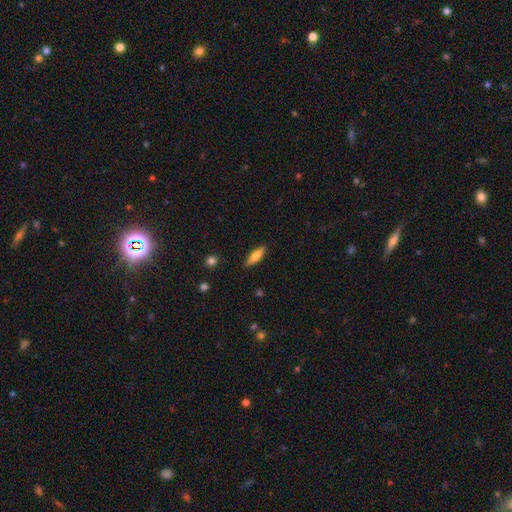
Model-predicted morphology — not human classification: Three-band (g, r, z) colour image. It shows a smooth galaxy with no disk features (58%) that is cigar-shaped (65%). Merging: none (88%).